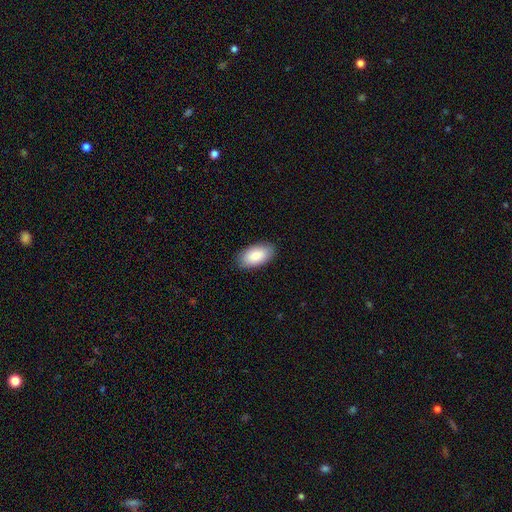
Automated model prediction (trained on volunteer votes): Q: Smooth or featured?
A: smooth (86%); runner-up: featured or disk (8%)
Q: How rounded?
A: in between (95%); runner-up: round (3%)
Q: Merging?
A: none (87%); runner-up: minor disturbance (10%)